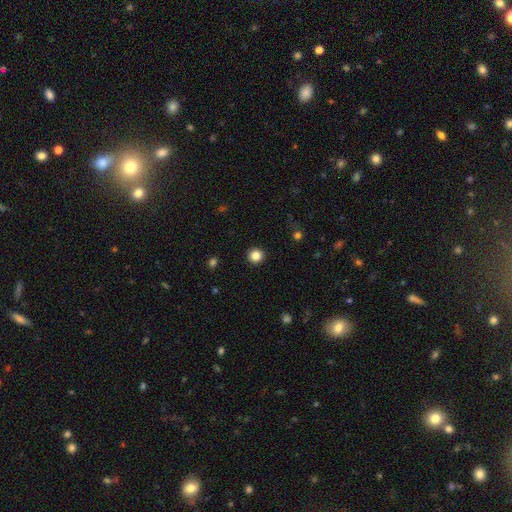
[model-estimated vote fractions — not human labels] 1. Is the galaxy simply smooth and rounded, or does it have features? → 84% smooth, 11% star or artifact, 4% featured or disk.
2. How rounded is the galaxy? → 94% round, 5% in between, 1% cigar-shaped.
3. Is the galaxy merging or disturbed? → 93% none, 4% minor disturbance, 2% major disturbance, 1% merger.